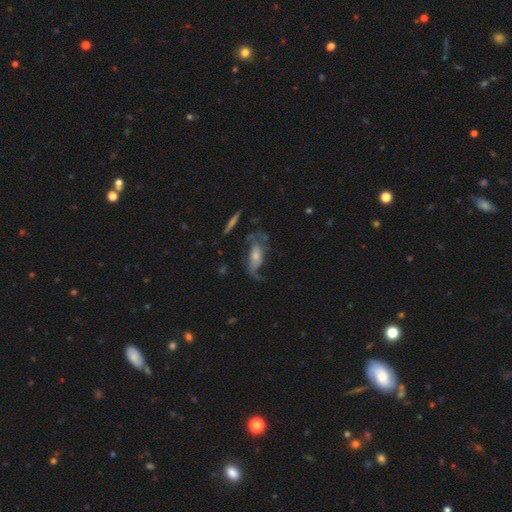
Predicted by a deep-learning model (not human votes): This is likely a featured or disk galaxy (74%). It is clearly not viewed edge-on (88%). Bar: likely no (60%). Spiral arm pattern: clearly yes (86%). Spiral arm count: likely 2 (69%). Spiral winding: possibly loose (46%). Central bulge: possibly moderate (48%). Merging: possibly none (50%).